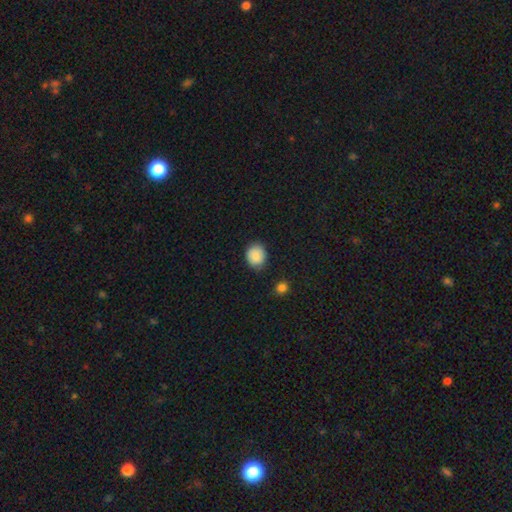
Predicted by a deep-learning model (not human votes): Overall: smooth (88%). How rounded: round (68%; in between 31%). Merging: none (82%).